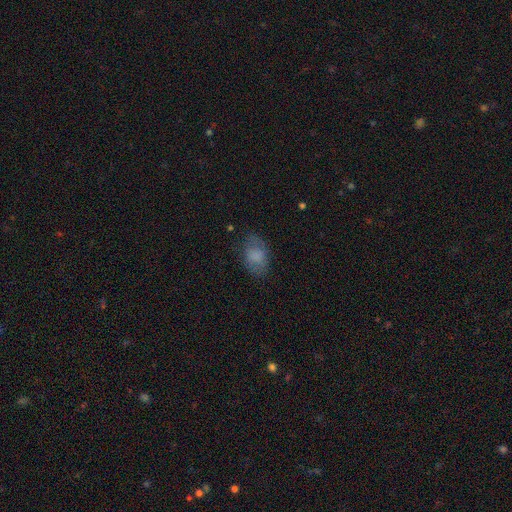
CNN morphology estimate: smooth-or-featured: smooth: 70% | featured or disk: 20% | star or artifact: 10%
  how-rounded: in between: 85% | round: 14% | cigar-shaped: 2%
  merging: none: 65% | minor disturbance: 22% | major disturbance: 11% | merger: 2%